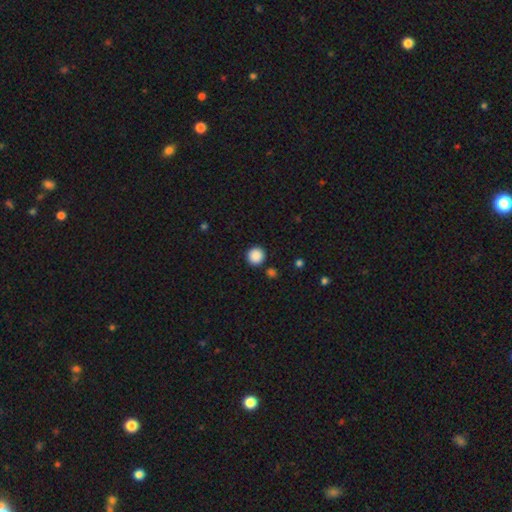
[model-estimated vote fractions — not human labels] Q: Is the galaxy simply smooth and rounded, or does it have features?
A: smooth — 88%.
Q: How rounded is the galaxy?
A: round — 95%.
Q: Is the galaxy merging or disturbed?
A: none — 90%.